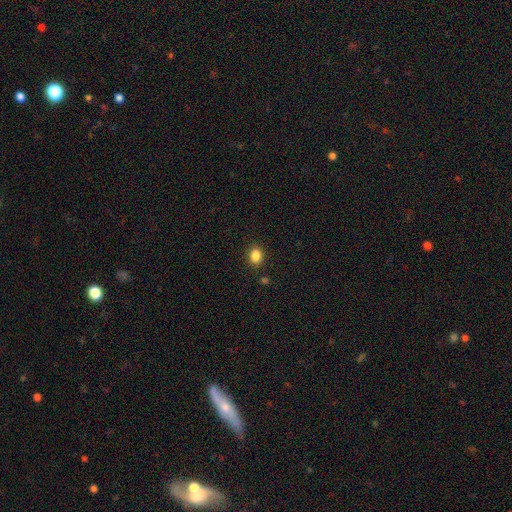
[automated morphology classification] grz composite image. It shows a smooth galaxy with no disk features (85%) that is in between round and cigar-shaped (53%). Merging: none (88%).